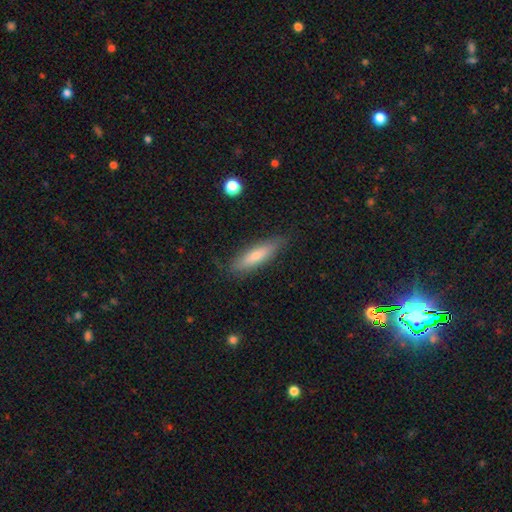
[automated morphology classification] smooth_or_featured: smooth (p=0.66) [alt: featured or disk p=0.28]
how_rounded: cigar-shaped (p=0.74) [alt: in between p=0.25]
merging: none (p=0.83) [alt: minor disturbance p=0.13]